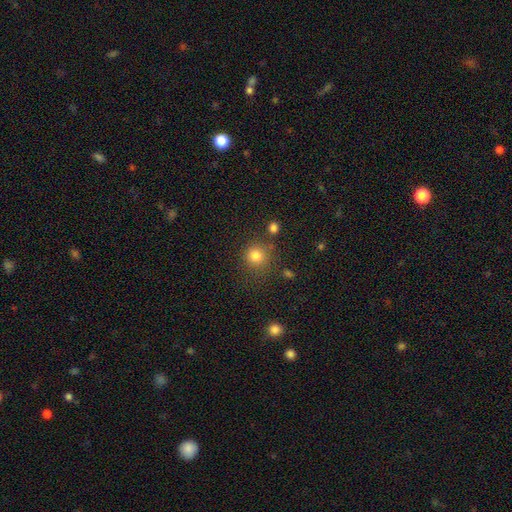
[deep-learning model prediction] This is clearly a smooth galaxy (81%). How rounded: clearly round (91%). Merging: likely none (76%).